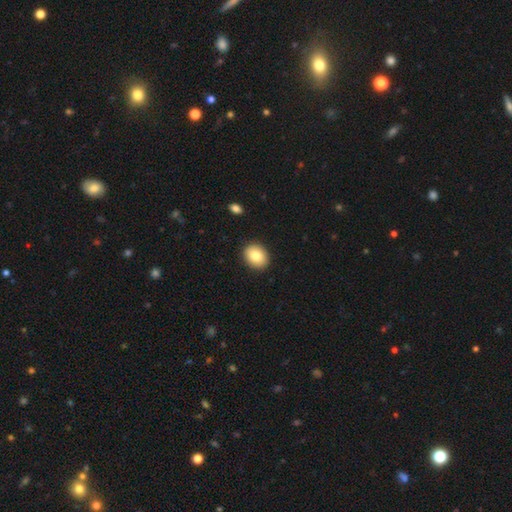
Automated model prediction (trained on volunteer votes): A smooth galaxy with no disk features (83%) that is round (51%).

Vote fractions:
- Smooth or featured? smooth: 83% / featured or disk: 9% / star or artifact: 8%
- How rounded? round: 51% / in between: 48% / cigar-shaped: 1%
- Merging? none: 90% / minor disturbance: 7% / major disturbance: 2% / merger: 1%